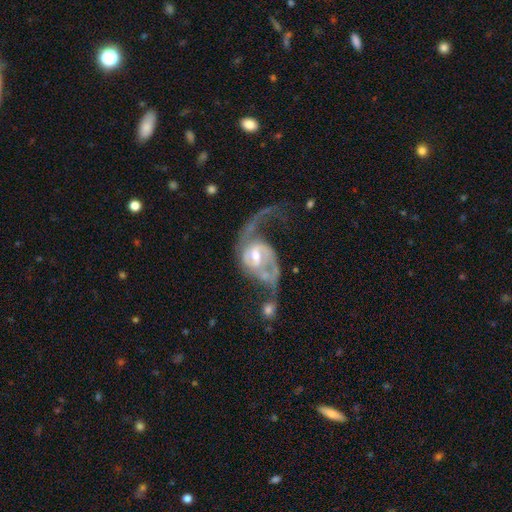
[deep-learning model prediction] smooth-or-featured: featured or disk: 87% | smooth: 8% | star or artifact: 5%
  disk-edge-on: no: 97% | yes: 3%
    bar: weak: 45% | no: 39% | strong: 16%
    has-spiral-arms: yes: 94% | no: 6%
      spiral-winding: loose: 56% | medium: 33% | tight: 12%
      spiral-arm-count: 2: 76% | 1: 13% | can't tell: 6% | 3: 3% | 4: 1% | more than 4: 1%
    bulge-size: moderate: 64% | small: 27% | large: 6% | none: 1% | dominant: 1%
  merging: major disturbance: 39% | none: 26% | merger: 22% | minor disturbance: 13%